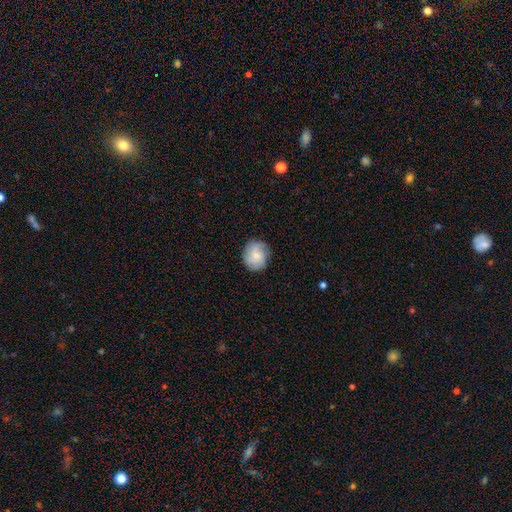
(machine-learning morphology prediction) smooth 60%, featured or disk 32%, star or artifact 8%. Down the decision tree: how rounded — round (80%); merging — none (79%).